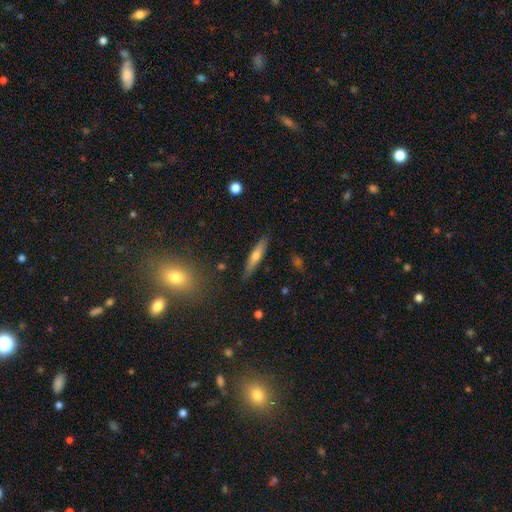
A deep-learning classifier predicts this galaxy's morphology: The model was most divided on "smooth or featured": smooth: 48%, featured or disk: 44%, star or artifact: 8%. More confident: merging — none (86%).